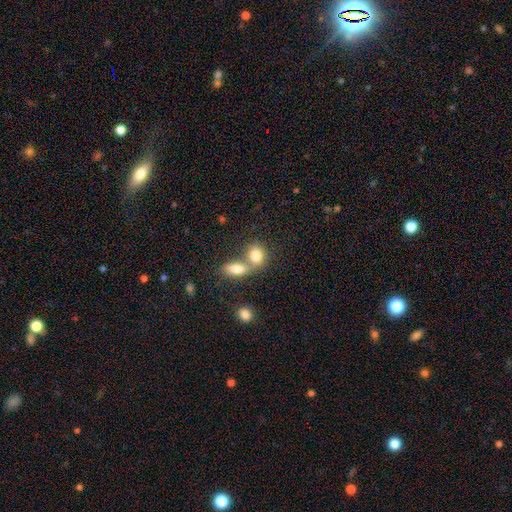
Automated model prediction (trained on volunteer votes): Morphology: type=smooth (81%); roundness=in between (57%); merging=merger (55%).